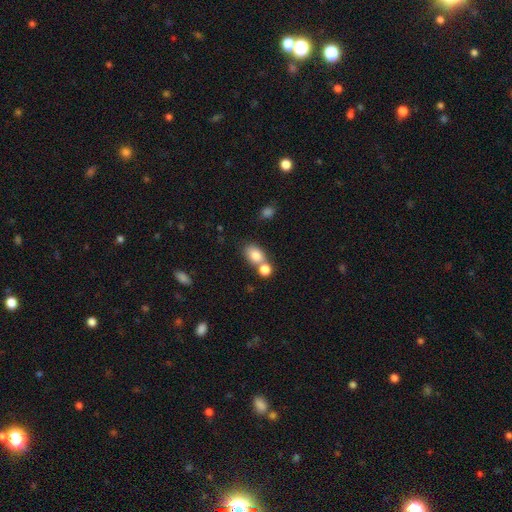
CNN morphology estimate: This appears to be a smooth galaxy with no disk features (80%) that is in between round and cigar-shaped (71%). Merging: none (48%).